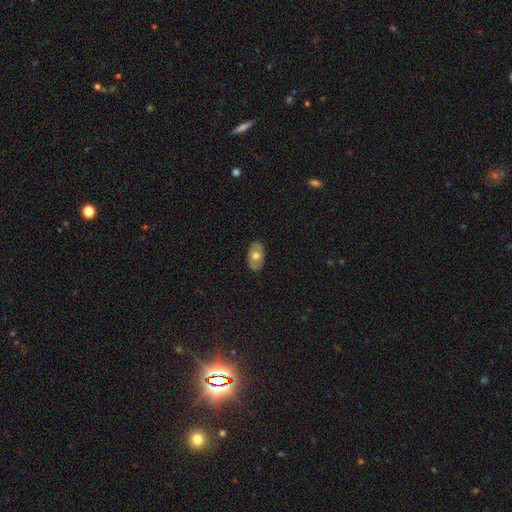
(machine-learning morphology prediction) This is possibly a smooth galaxy (58%). How rounded: clearly in between (92%). Merging: clearly none (87%).